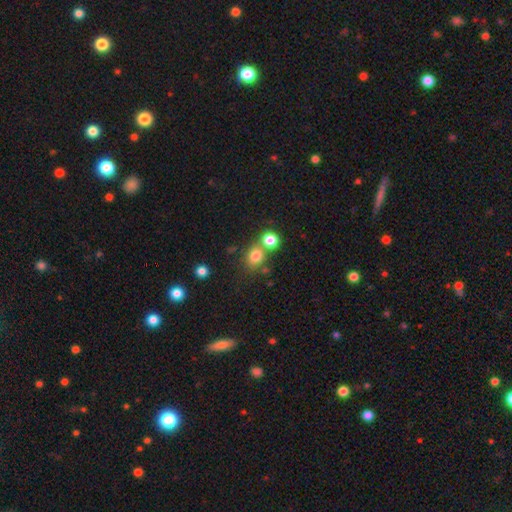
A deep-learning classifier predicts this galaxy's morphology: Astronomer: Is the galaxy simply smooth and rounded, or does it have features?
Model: smooth — 79%.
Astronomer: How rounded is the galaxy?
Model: round — 70%.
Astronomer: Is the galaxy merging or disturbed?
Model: none — 53% (runner-up: merger, 34%).